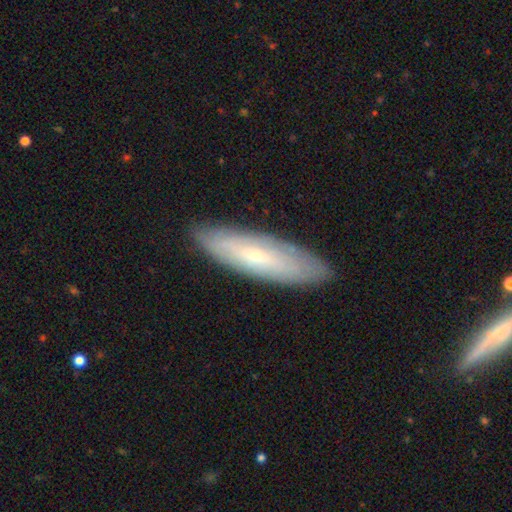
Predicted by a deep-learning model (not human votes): The model was most divided on "smooth or featured": featured or disk: 52%, smooth: 41%, star or artifact: 7%. More confident: merging — none (85%); edge-on disk — no (60%).